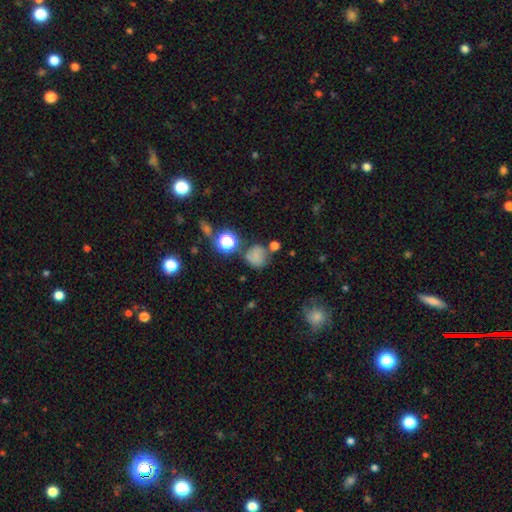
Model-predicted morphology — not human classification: type=smooth (64%); roundness=round (80%); merging=none (55%).